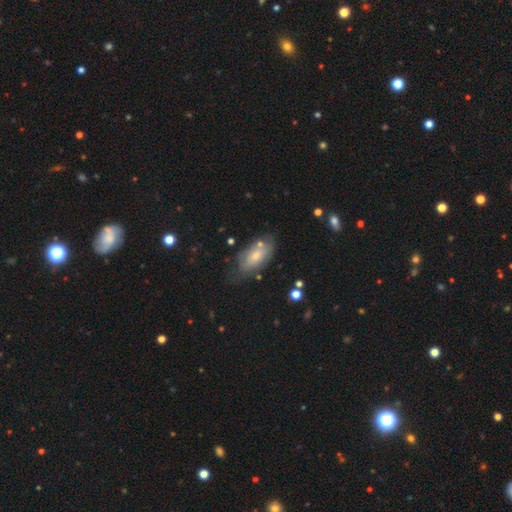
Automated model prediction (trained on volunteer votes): Smooth or featured? smooth (64%)
How rounded? in between (91%)
Merging? none (54%)